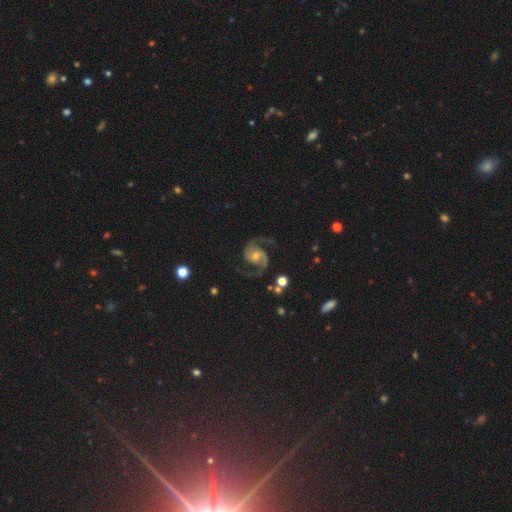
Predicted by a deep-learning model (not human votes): Morphology: type=featured or disk (92%); edge-on=no (98%); bar=no (62%); spiral arms=yes (98%); winding=medium (63%); arm count=2 (94%); bulge=moderate (56%); merging=none (79%).